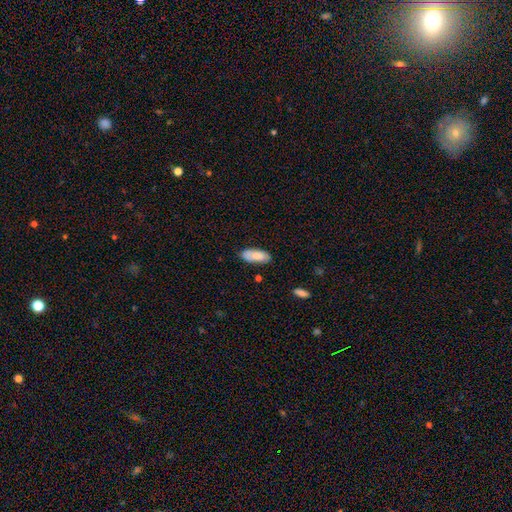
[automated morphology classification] The model was most divided on "merging": none: 77%, minor disturbance: 17%, major disturbance: 3%, merger: 3%. More confident: how rounded — in between (83%); smooth or featured — smooth (80%).